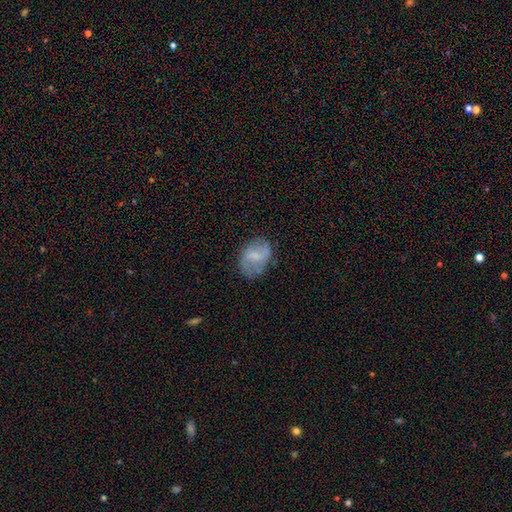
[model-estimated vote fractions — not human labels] Smooth or featured? Predicted: featured or disk (p=0.52). Edge-on disk? Predicted: no (p=0.97). Bar? Predicted: weak (p=0.53). Spiral arms? Predicted: yes (p=0.79). Bulge size? Predicted: small (p=0.42). Merging? Predicted: none (p=0.69).